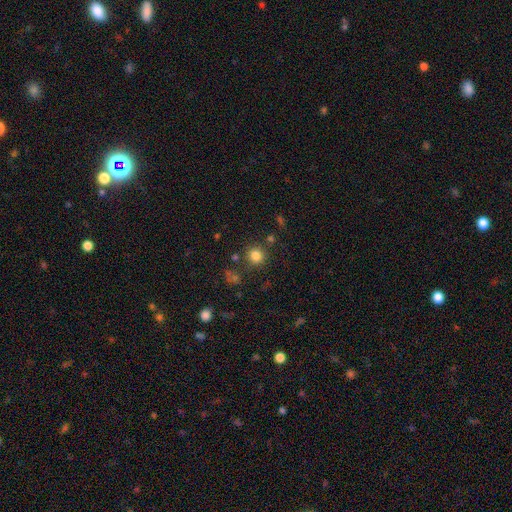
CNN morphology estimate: Smooth or featured? smooth (81%)
How rounded? round (92%)
Merging? none (83%)